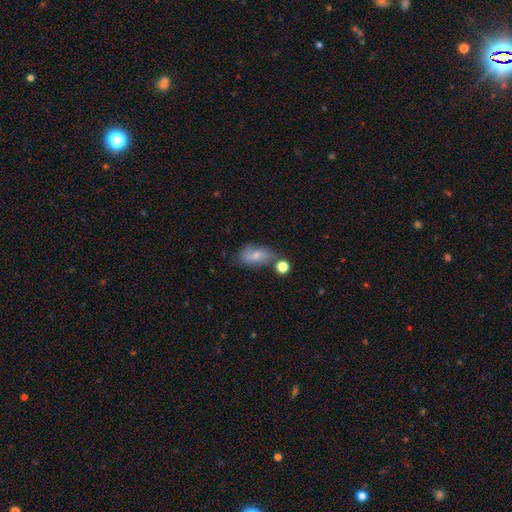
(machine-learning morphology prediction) Smooth or featured? smooth (67%)
How rounded? in between (84%)
Merging? none (53%)